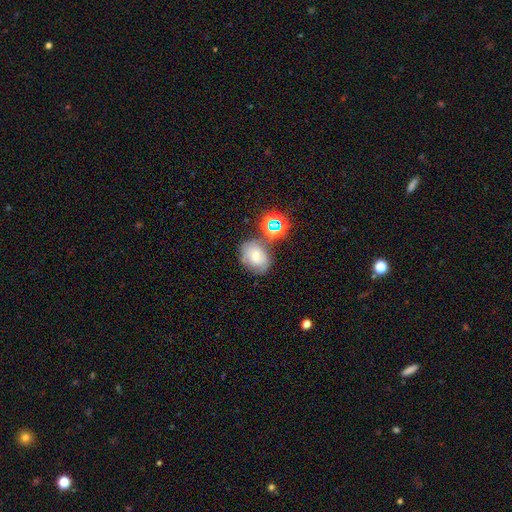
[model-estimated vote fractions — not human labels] This appears to be a smooth galaxy with no disk features (39%). Merging: none (61%).